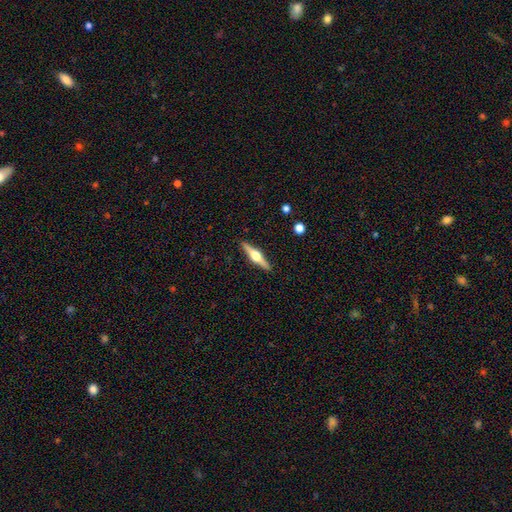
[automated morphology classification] This is likely a featured or disk galaxy (75%). It is clearly viewed edge-on (98%). Edge-on bulge: clearly rounded (96%). Merging: clearly none (91%).